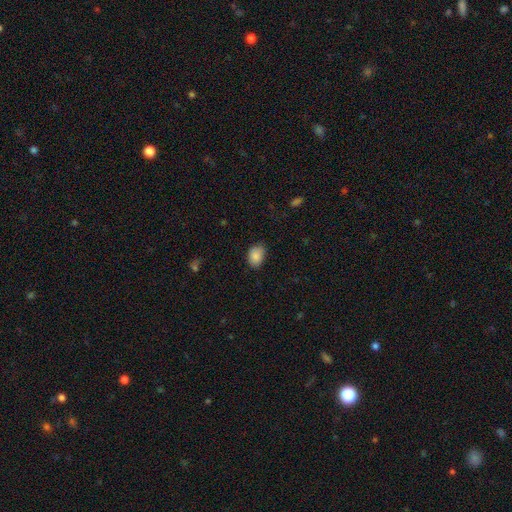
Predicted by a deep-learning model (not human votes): The model was most divided on "how rounded": in between: 77%, round: 22%, cigar-shaped: 1%. More confident: smooth or featured — smooth (87%); merging — none (76%).